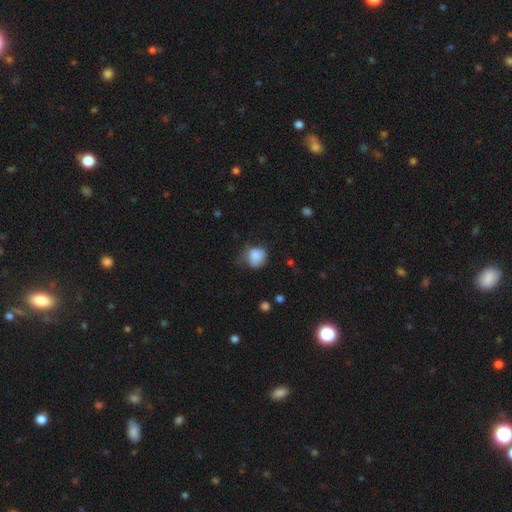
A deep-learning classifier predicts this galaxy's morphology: This appears to be a smooth galaxy with no disk features (83%) that is round (73%). Merging: none (45%).